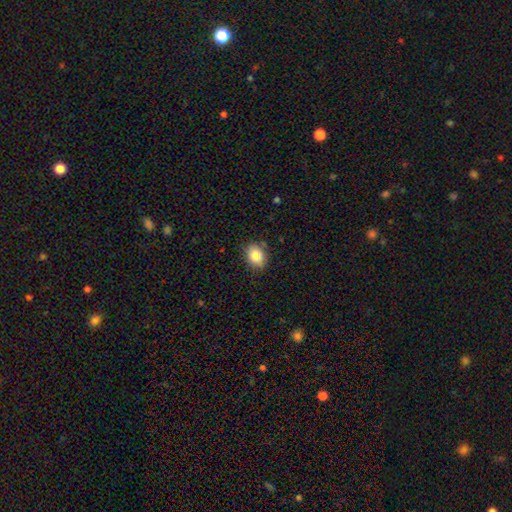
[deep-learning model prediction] Overall: smooth (84%). How rounded: in between (60%; round 39%). Merging: none (84%).